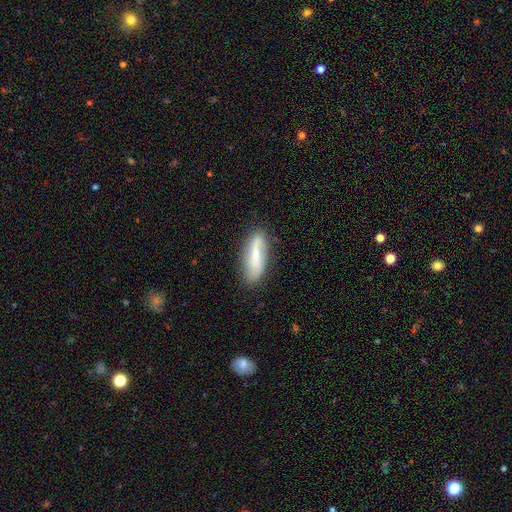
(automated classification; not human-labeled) The model was most divided on "smooth or featured": smooth: 49%, featured or disk: 44%, star or artifact: 7%. More confident: merging — none (81%).